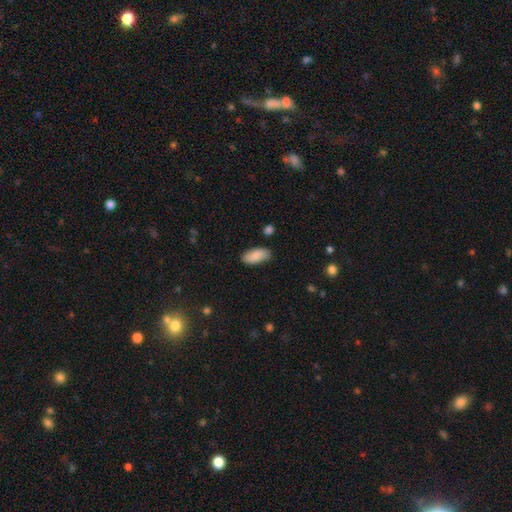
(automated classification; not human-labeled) This is clearly a smooth galaxy (86%). How rounded: clearly in between (90%). Merging: clearly none (80%).